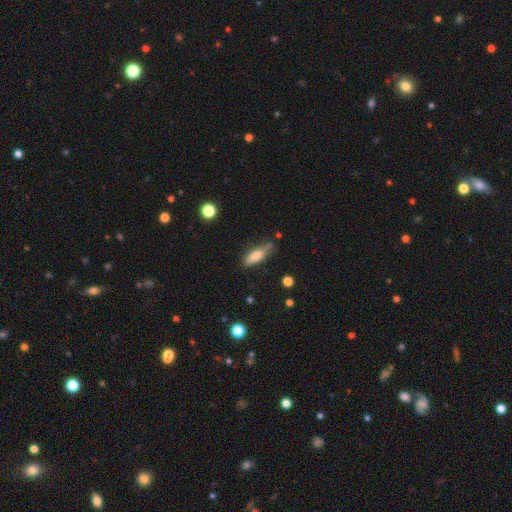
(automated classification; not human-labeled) smooth-or-featured: smooth: 73% | featured or disk: 20% | star or artifact: 7%
  how-rounded: in between: 49% (tied) | cigar-shaped: 49% (tied) | round: 2%
  merging: none: 61% | minor disturbance: 29% | major disturbance: 7% | merger: 4%